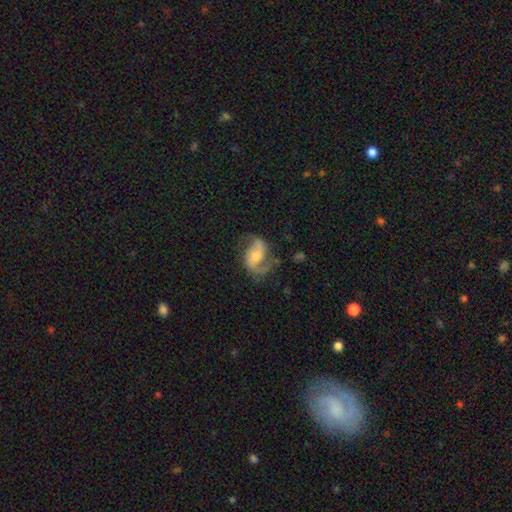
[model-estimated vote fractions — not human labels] This is clearly a featured or disk galaxy (82%). It is clearly not viewed edge-on (97%). Bar: marginally weak (41%). Spiral arm pattern: clearly yes (95%). Spiral arm count: clearly 2 (89%). Spiral winding: possibly medium (48%). Central bulge: possibly moderate (52%). Merging: likely none (66%).